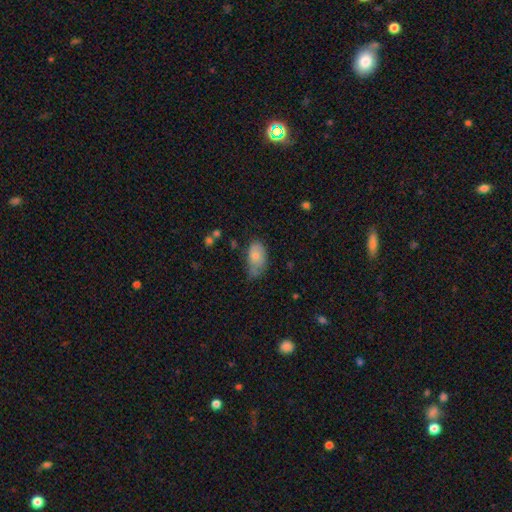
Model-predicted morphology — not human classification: smooth 75%, featured or disk 18%, star or artifact 8%. Down the decision tree: how rounded — in between (91%); merging — none (41%).